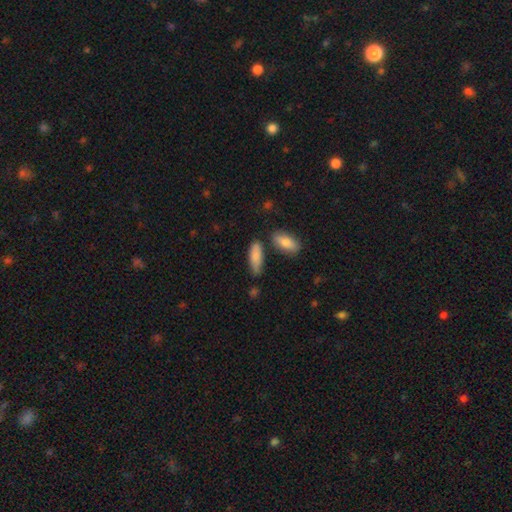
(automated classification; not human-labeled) Morphology: type=smooth (84%); roundness=in between (65%); merging=none (65%).